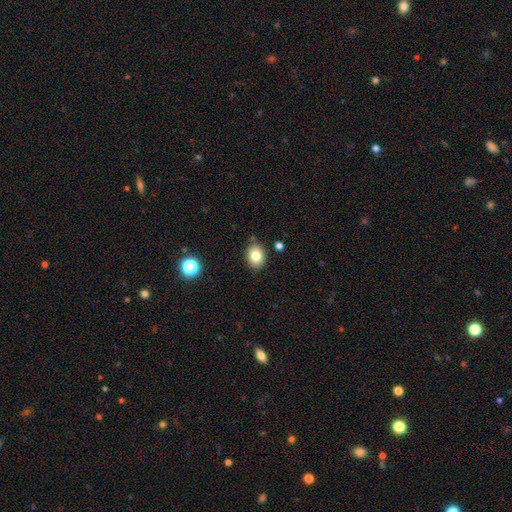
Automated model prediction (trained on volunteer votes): Overall: smooth (82%). How rounded: in between (57%; round 42%). Merging: none (84%).